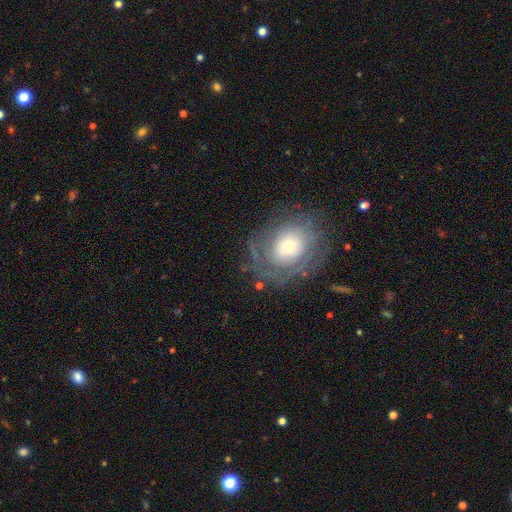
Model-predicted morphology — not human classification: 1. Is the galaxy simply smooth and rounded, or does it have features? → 46% featured or disk, 39% smooth, 15% star or artifact.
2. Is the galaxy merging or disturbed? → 76% none, 15% minor disturbance, 8% major disturbance, 1% merger.